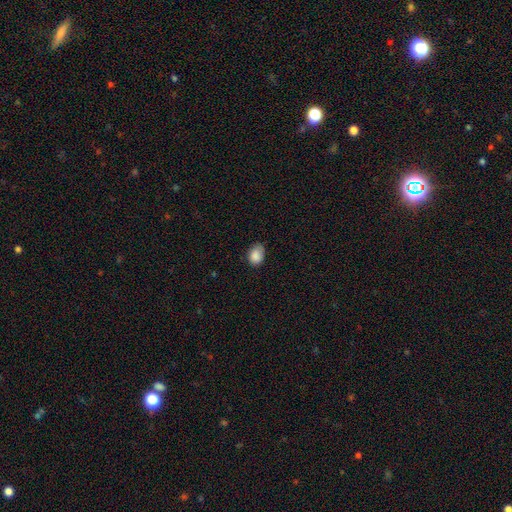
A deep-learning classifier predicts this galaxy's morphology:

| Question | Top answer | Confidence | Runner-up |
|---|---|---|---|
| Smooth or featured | smooth | 87% | star or artifact (8%) |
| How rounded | in between | 75% | round (24%) |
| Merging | none | 68% | minor disturbance (26%) |